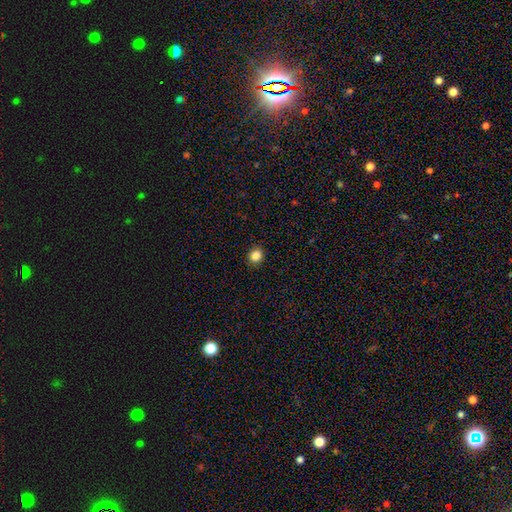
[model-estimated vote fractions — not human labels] Smooth or featured? Predicted: smooth (p=0.85). How rounded? Predicted: round (p=0.73). Merging? Predicted: none (p=0.91).